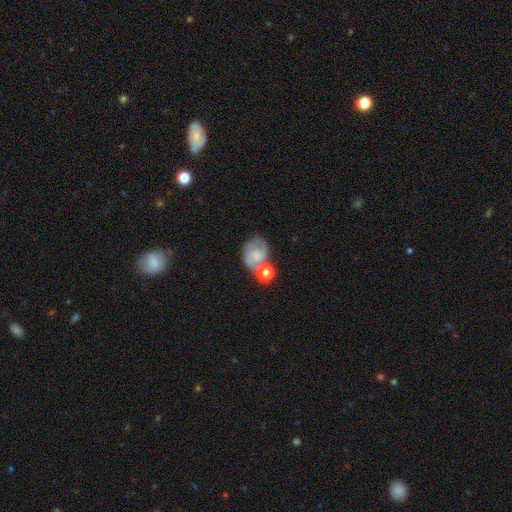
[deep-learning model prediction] This appears to be a featured or disk galaxy (62%) with no bar (67%), 2 (71%) medium (47%) spiral arms (86%) and a small central bulge (35%). Merging: none (41%).